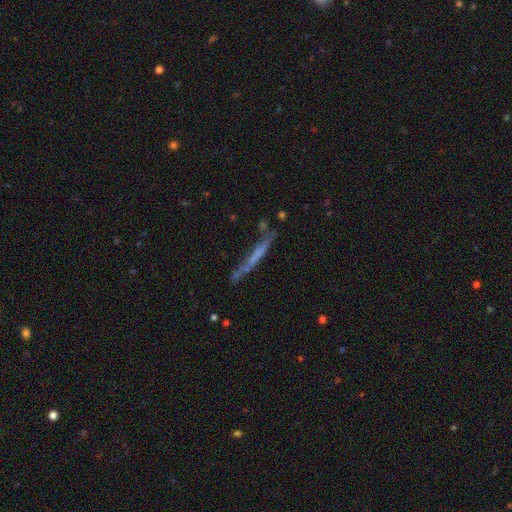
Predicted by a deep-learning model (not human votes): This appears to be a featured or disk galaxy (52%) viewed edge-on (89%). Merging: none (72%).